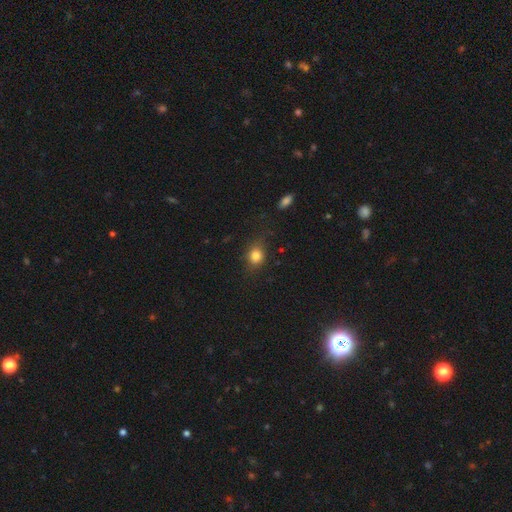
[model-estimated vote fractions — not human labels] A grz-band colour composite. It shows a smooth galaxy with no disk features (81%) that is round (58%). Merging: none (75%).